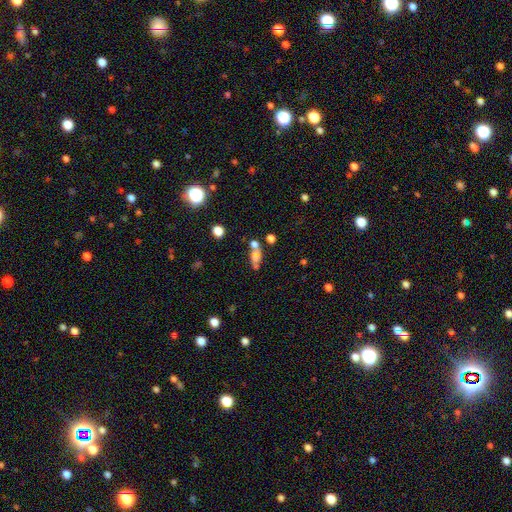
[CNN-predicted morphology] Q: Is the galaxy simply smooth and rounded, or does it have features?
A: smooth — 56%.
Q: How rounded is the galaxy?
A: in between — 57%.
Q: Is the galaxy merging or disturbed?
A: none — 43%.